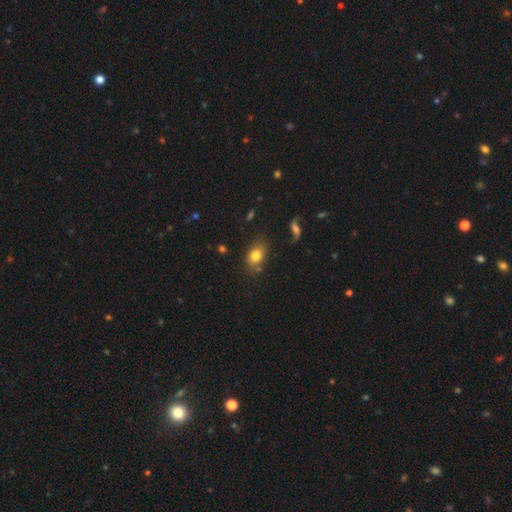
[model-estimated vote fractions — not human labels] smooth_or_featured: smooth (p=0.79) [alt: featured or disk p=0.11]
how_rounded: in between (p=0.73) [alt: round p=0.25]
merging: none (p=0.71) [alt: minor disturbance p=0.17]